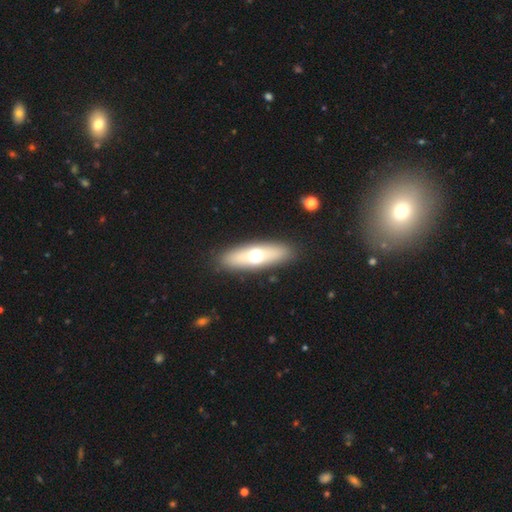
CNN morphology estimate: smooth-or-featured: smooth: 55% | featured or disk: 37% | star or artifact: 8%
  how-rounded: in between: 49% | cigar-shaped: 46% | round: 5%
  merging: none: 88% | minor disturbance: 7% | major disturbance: 3% | merger: 1%